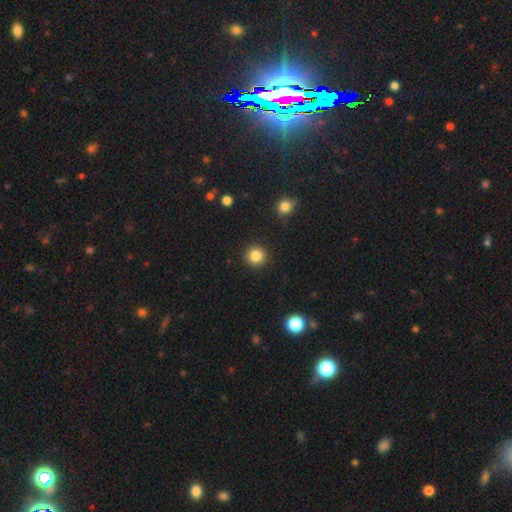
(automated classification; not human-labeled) Morphology: type=smooth (85%); roundness=round (94%); merging=none (92%).